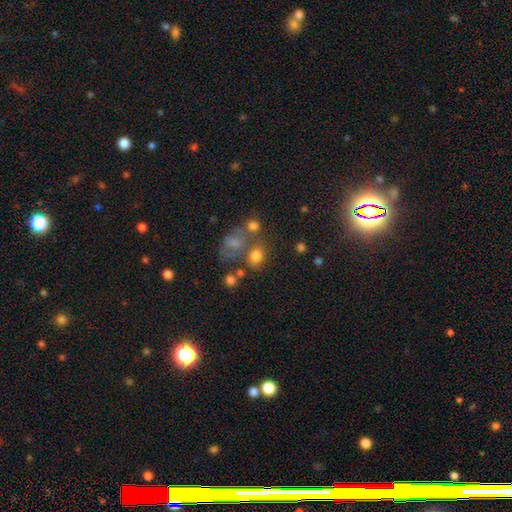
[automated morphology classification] smooth-or-featured: smooth: 75% | star or artifact: 14% | featured or disk: 11%
  how-rounded: round: 58% | in between: 41% | cigar-shaped: 1%
  merging: none: 49% | merger: 27% | minor disturbance: 14% | major disturbance: 10%